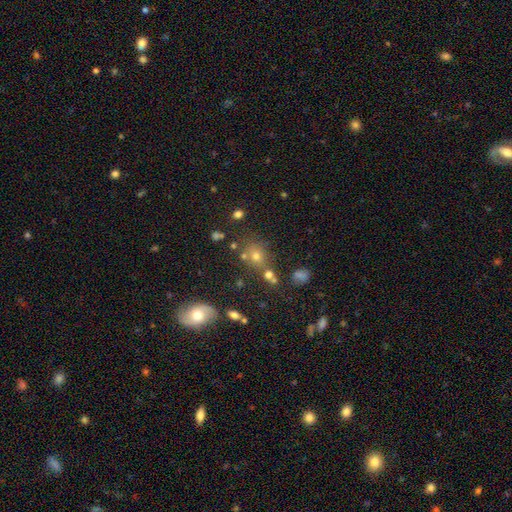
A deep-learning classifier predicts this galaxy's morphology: smooth-or-featured: smooth: 64% | star or artifact: 23% | featured or disk: 14%
  how-rounded: round: 69% | in between: 30% | cigar-shaped: 1%
  merging: none: 61% | merger: 20% | minor disturbance: 13% | major disturbance: 6%